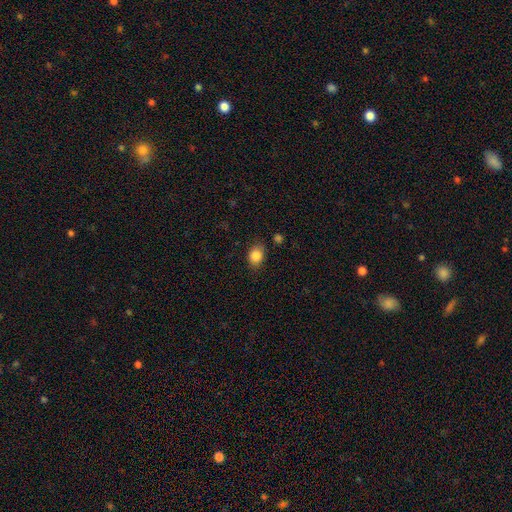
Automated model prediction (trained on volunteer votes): Smooth or featured?
  - smooth: 86% *
  - star or artifact: 9%
  - featured or disk: 5%
How rounded?
  - in between: 66% *
  - round: 33%
  - cigar-shaped: 1%
Merging?
  - none: 79% *
  - minor disturbance: 15%
  - major disturbance: 4%
  - merger: 2%